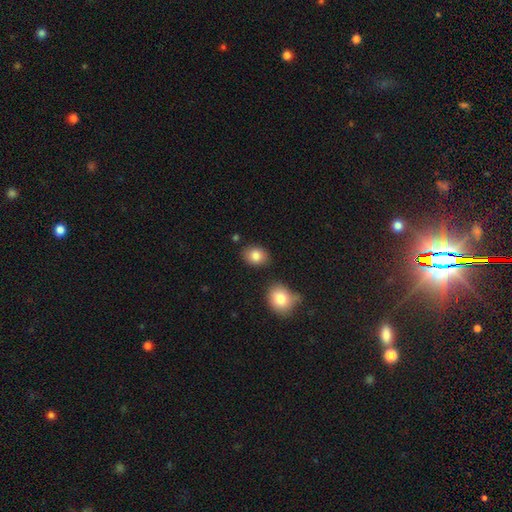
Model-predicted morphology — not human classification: smooth-or-featured: smooth: 84% | star or artifact: 9% | featured or disk: 8%
  how-rounded: in between: 59% | round: 40% | cigar-shaped: 1%
  merging: none: 81% | minor disturbance: 11% | merger: 6% | major disturbance: 3%